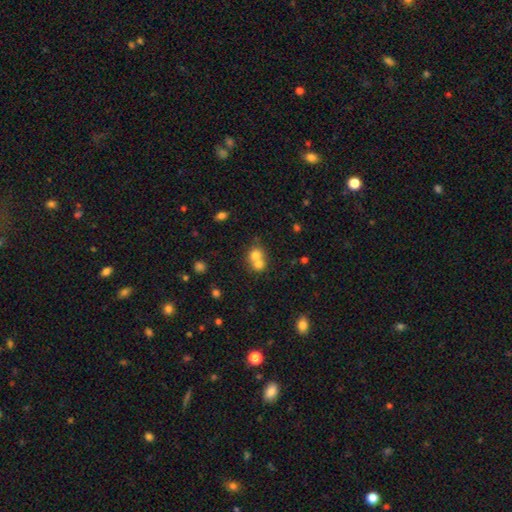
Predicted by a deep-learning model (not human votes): This appears to be a smooth galaxy with no disk features (72%) that is round (78%). Merging: merger (63%).